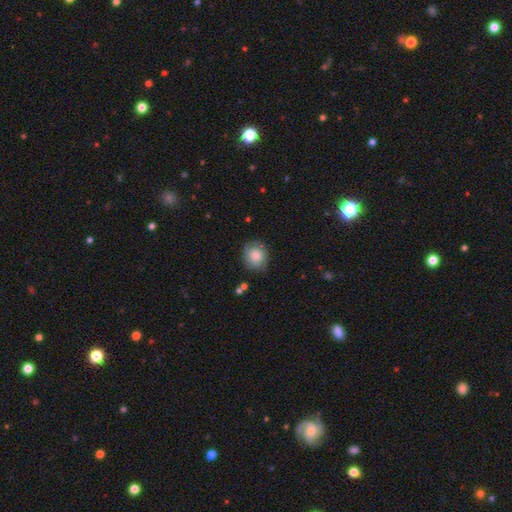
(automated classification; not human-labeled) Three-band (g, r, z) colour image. It shows a smooth galaxy with no disk features (79%) that is round (79%). Merging: none (77%).